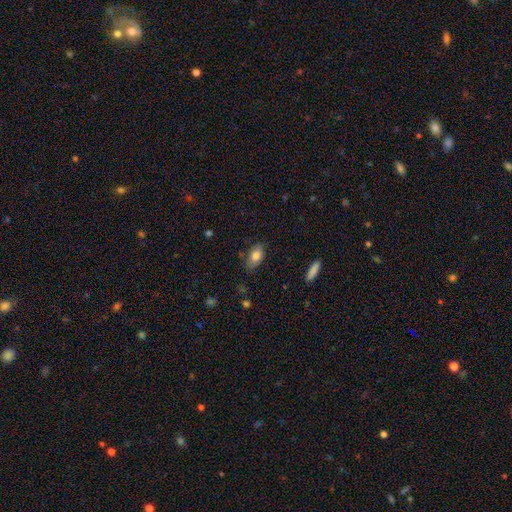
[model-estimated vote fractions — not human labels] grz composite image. It shows a smooth galaxy with no disk features (81%) that is in between round and cigar-shaped (90%). Merging: none (77%).